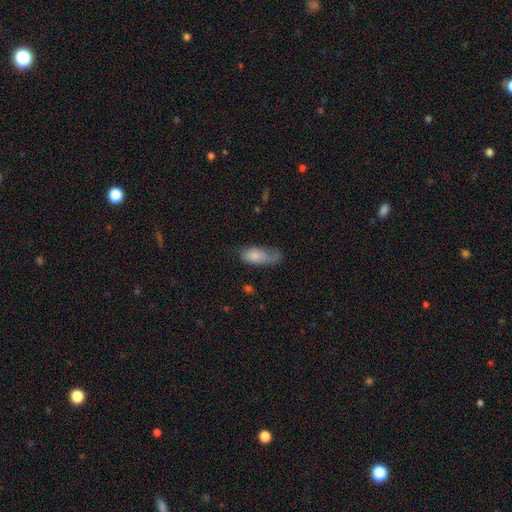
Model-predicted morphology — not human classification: Q: Smooth or featured?
A: smooth (74%); runner-up: featured or disk (18%)
Q: How rounded?
A: in between (86%); runner-up: cigar-shaped (10%)
Q: Merging?
A: minor disturbance (33%); runner-up: major disturbance (32%)